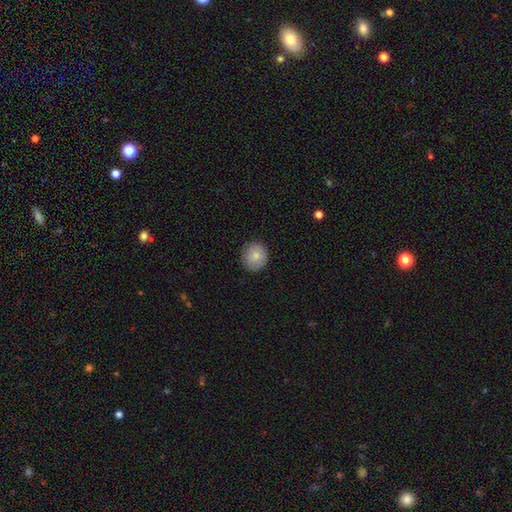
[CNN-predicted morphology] A smooth galaxy with no disk features (83%) that is round (86%).

Vote fractions:
- Smooth or featured? smooth: 83% / featured or disk: 9% / star or artifact: 8%
- How rounded? round: 86% / in between: 13% / cigar-shaped: 1%
- Merging? none: 88% / minor disturbance: 9% / major disturbance: 2% / merger: 1%